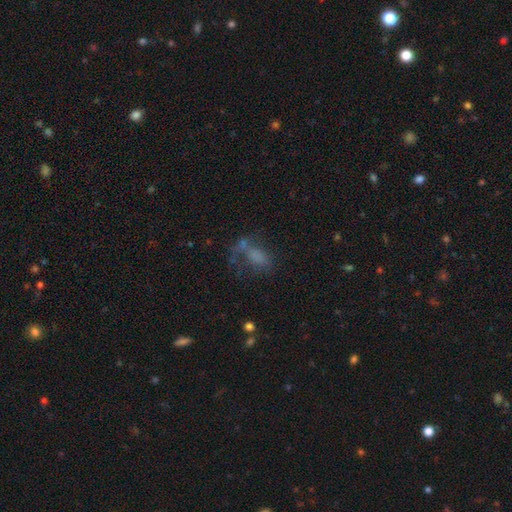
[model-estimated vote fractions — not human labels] Overall: smooth (53%; featured or disk 27%). How rounded: in between (80%). Merging: major disturbance (37%; none 31%).